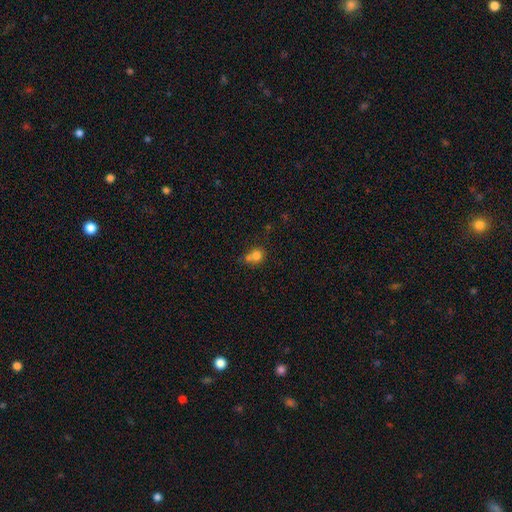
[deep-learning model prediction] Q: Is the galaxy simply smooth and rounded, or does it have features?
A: smooth — 76%.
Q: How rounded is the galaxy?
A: round — 75%.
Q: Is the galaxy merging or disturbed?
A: merger — 46%.